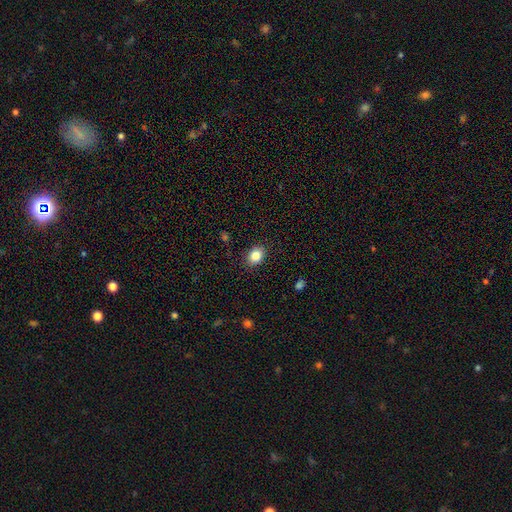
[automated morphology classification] smooth-or-featured: smooth: 84% | star or artifact: 10% | featured or disk: 6%
  how-rounded: in between: 57% | round: 42% | cigar-shaped: 1%
  merging: none: 88% | minor disturbance: 8% | major disturbance: 2% | merger: 1%